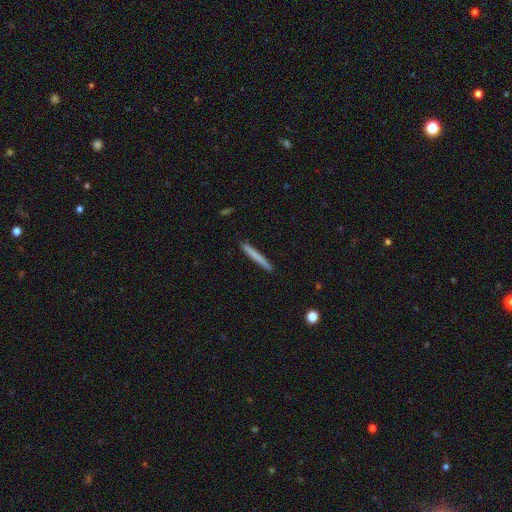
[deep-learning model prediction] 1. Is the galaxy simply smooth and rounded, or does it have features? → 71% smooth, 23% featured or disk, 5% star or artifact.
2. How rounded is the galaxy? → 97% cigar-shaped, 2% in between, 1% round.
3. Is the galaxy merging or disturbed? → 91% none, 6% minor disturbance, 1% major disturbance, 1% merger.